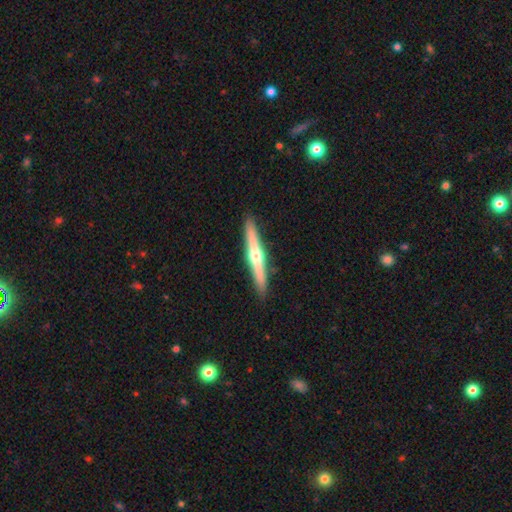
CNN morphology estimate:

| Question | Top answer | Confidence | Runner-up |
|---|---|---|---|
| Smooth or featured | featured or disk | 67% | smooth (28%) |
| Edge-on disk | yes | 97% | no (3%) |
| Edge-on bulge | rounded | 93% | none (4%) |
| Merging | none | 91% | minor disturbance (7%) |